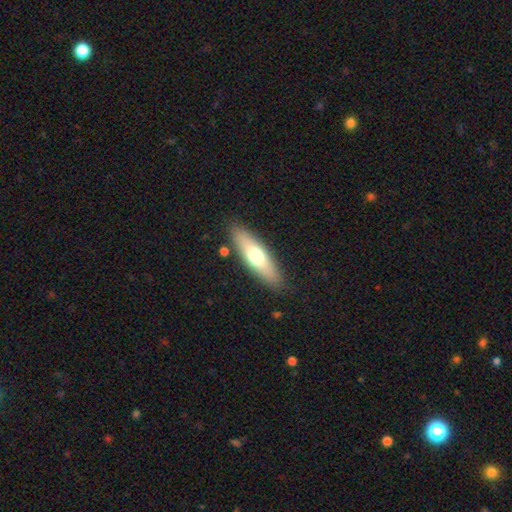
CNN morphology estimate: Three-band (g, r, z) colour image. It shows a smooth galaxy with no disk features (62%) that is cigar-shaped (55%). Merging: none (85%).